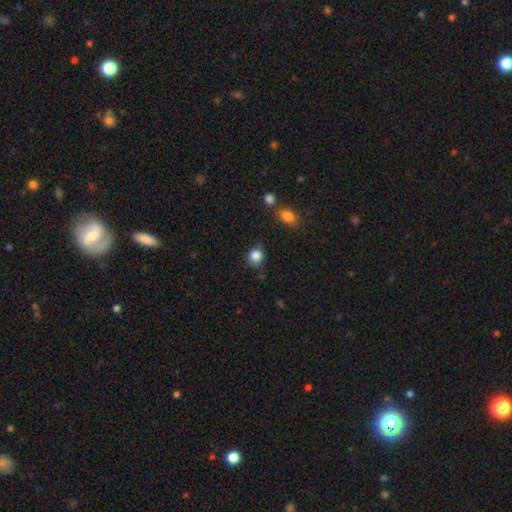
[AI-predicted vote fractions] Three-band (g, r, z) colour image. It shows a smooth galaxy with no disk features (85%) that is round (82%). Merging: none (72%).